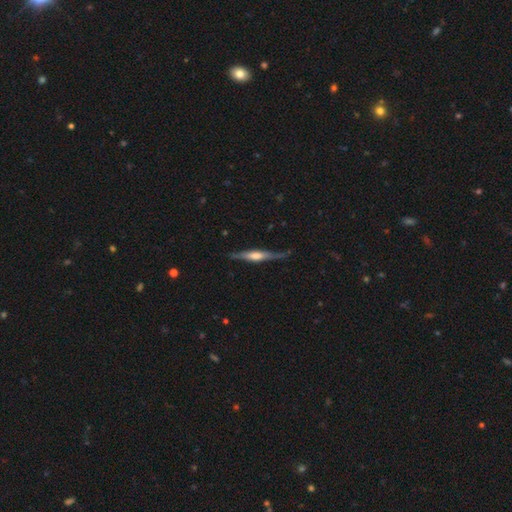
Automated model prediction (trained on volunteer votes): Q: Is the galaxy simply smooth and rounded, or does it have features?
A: featured or disk — 65%.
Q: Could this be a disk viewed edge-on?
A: yes — 95%.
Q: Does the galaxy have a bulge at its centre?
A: rounded — 60%.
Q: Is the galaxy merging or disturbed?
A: none — 75%.